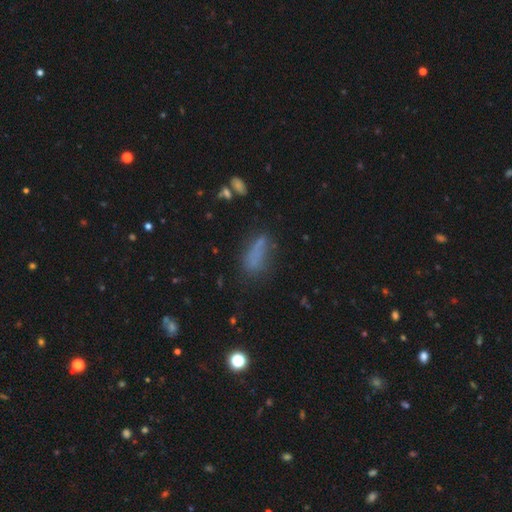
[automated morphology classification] Smooth or featured?
  - smooth: 67% *
  - featured or disk: 17%
  - star or artifact: 16%
How rounded?
  - in between: 58% *
  - cigar-shaped: 37%
  - round: 5%
Merging?
  - none: 50% *
  - minor disturbance: 24%
  - major disturbance: 17%
  - merger: 9%